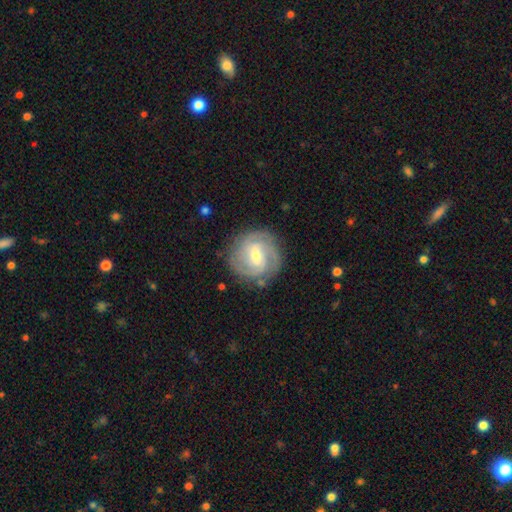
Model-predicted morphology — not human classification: A featured or disk galaxy (84%) with a weak bar (58%), 3 (35%) tight (62%) spiral arms (96%) and a moderate central bulge (55%).

Vote fractions:
- Smooth or featured? featured or disk: 84% / smooth: 11% / star or artifact: 5%
- Edge-on disk? no: 98% / yes: 2%
- Bar? weak: 58% / no: 23% / strong: 19%
- Spiral arms? yes: 96% / no: 4%
- Spiral winding? tight: 62% / medium: 32% / loose: 6%
- Spiral arm count? 3: 35% / 2: 31% / can't tell: 17% / 4: 9% / 1: 4% / more than 4: 4%
- Bulge size? moderate: 55% / small: 41% / large: 3% / none: 1% / dominant: 1%
- Merging? none: 83% / minor disturbance: 12% / major disturbance: 4% / merger: 1%